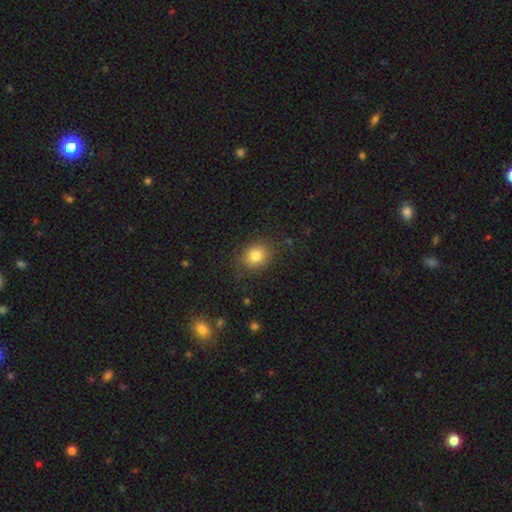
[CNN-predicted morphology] Q: Smooth or featured?
A: smooth (82%); runner-up: star or artifact (11%)
Q: How rounded?
A: round (61%); runner-up: in between (38%)
Q: Merging?
A: none (85%); runner-up: minor disturbance (11%)